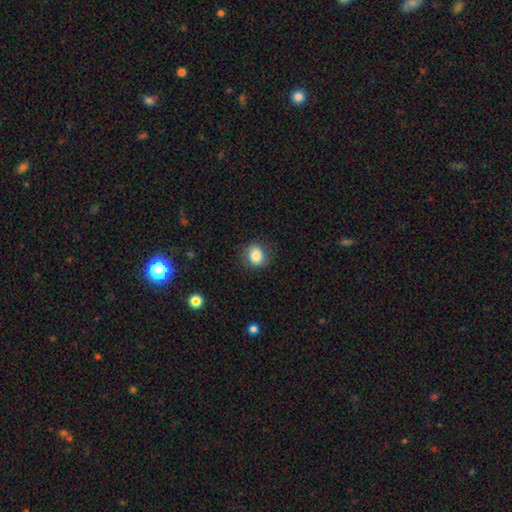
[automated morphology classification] The model was most divided on "how rounded": round: 65%, in between: 34%, cigar-shaped: 1%. More confident: smooth or featured — smooth (82%); merging — none (80%).